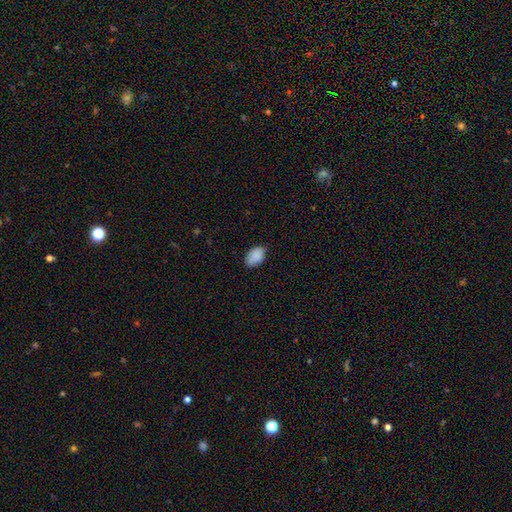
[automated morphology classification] Smooth or featured: smooth — 88% (star or artifact — 7%)
How rounded: in between — 90% (round — 9%)
Merging: none — 76% (minor disturbance — 19%)